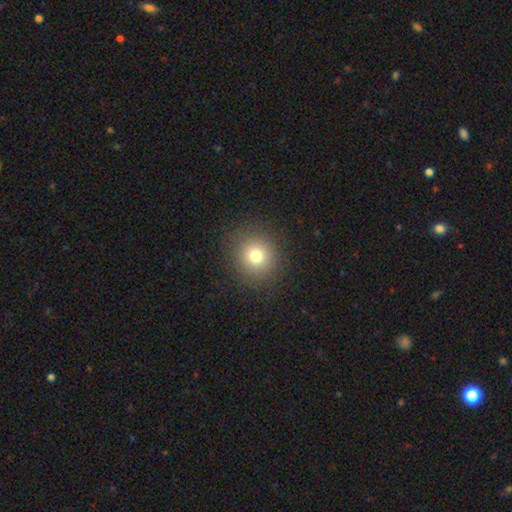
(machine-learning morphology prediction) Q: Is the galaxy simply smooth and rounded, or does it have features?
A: smooth — 76%.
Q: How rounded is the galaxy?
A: round — 90%.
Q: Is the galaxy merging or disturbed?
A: none — 88%.